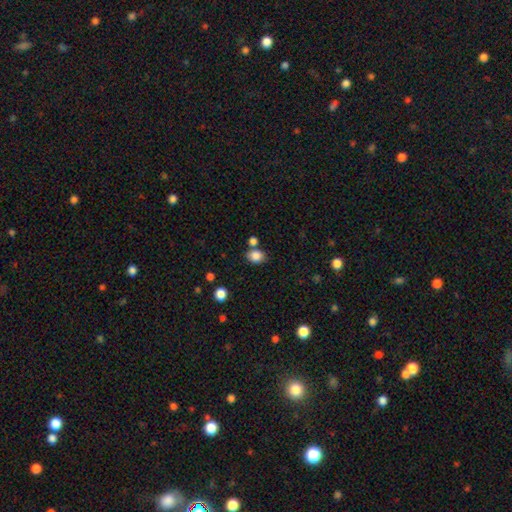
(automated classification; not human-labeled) Overall: smooth (85%). How rounded: in between (53%; round 46%). Merging: none (67%).